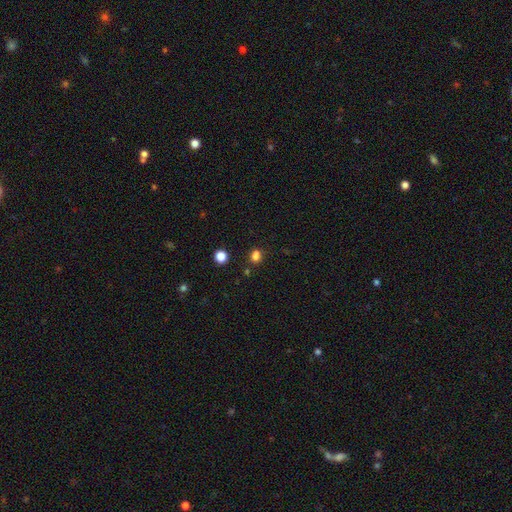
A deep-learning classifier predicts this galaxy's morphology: Smooth or featured: smooth — 76% (star or artifact — 19%)
How rounded: round — 58% (in between — 41%)
Merging: none — 69% (merger — 14%)